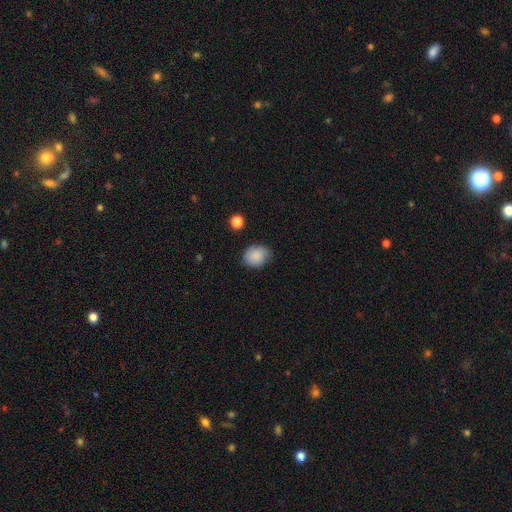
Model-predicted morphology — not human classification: Smooth or featured? Predicted: smooth (p=0.87). How rounded? Predicted: round (p=0.56). Merging? Predicted: none (p=0.76).